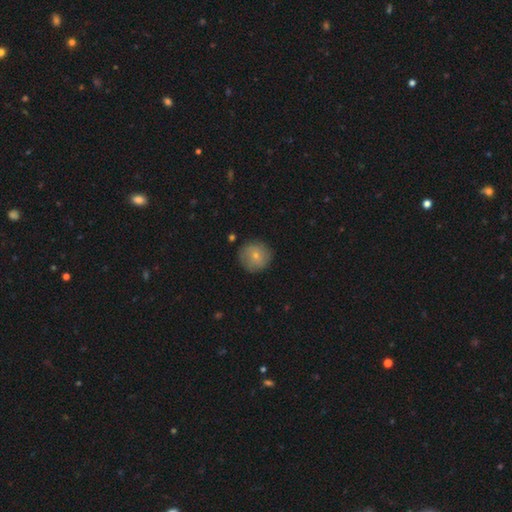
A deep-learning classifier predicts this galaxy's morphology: The model was most divided on "smooth or featured": smooth: 69%, featured or disk: 23%, star or artifact: 8%. More confident: how rounded — round (93%); merging — none (83%).